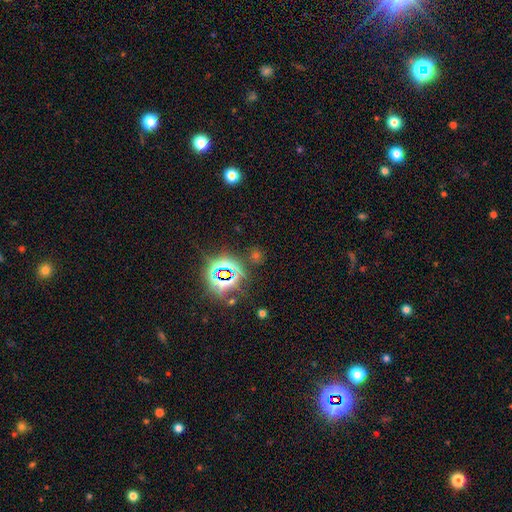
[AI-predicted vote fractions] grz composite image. It shows a star or artifact, not a galaxy (69%).